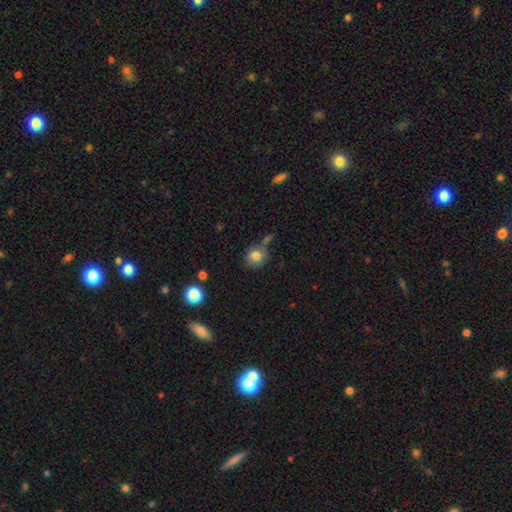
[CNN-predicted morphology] The model was most divided on "merging": none: 60%, minor disturbance: 18%, merger: 15%, major disturbance: 7%. More confident: smooth or featured — smooth (80%); how rounded — round (76%).